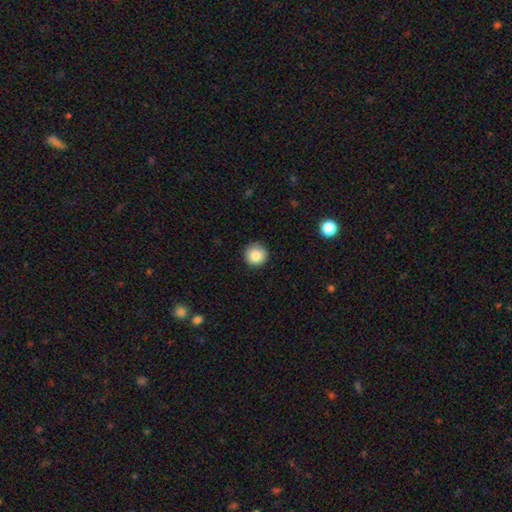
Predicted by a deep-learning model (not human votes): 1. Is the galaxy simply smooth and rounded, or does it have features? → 85% smooth, 9% star or artifact, 5% featured or disk.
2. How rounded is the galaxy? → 95% round, 4% in between, 1% cigar-shaped.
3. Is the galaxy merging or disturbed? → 88% none, 9% minor disturbance, 2% major disturbance, 1% merger.